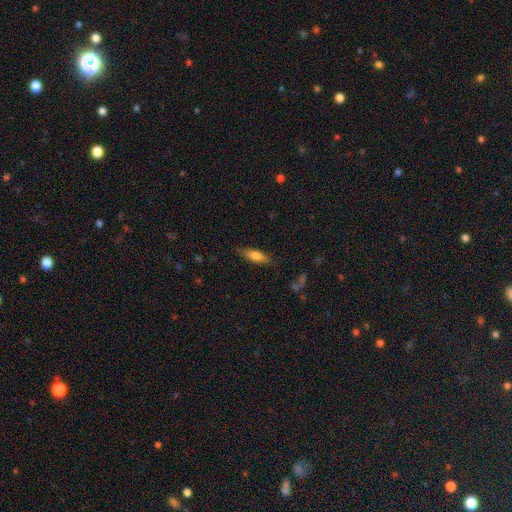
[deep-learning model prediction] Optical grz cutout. It shows a smooth galaxy with no disk features (68%) that is cigar-shaped (53%). Merging: none (82%).